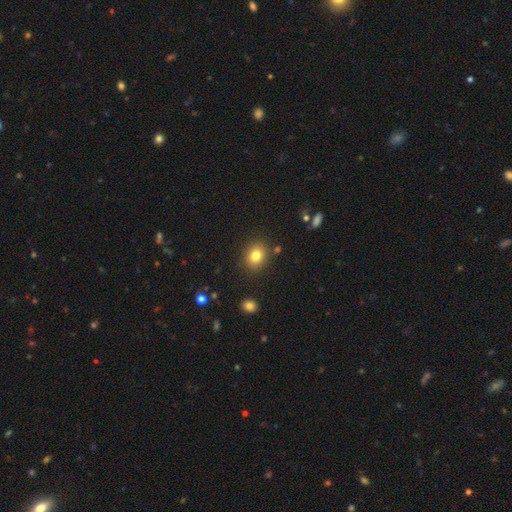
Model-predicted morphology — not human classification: type=smooth (80%); roundness=round (67%); merging=none (86%).